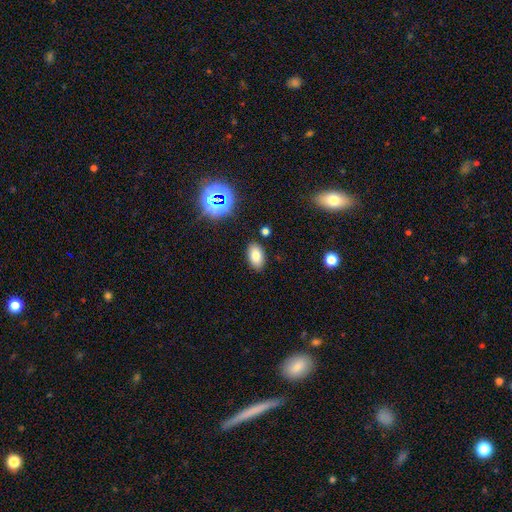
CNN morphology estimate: Smooth or featured?
  - smooth: 78% *
  - star or artifact: 12%
  - featured or disk: 9%
How rounded?
  - in between: 92% *
  - round: 6%
  - cigar-shaped: 2%
Merging?
  - none: 85% *
  - minor disturbance: 10%
  - major disturbance: 3%
  - merger: 3%